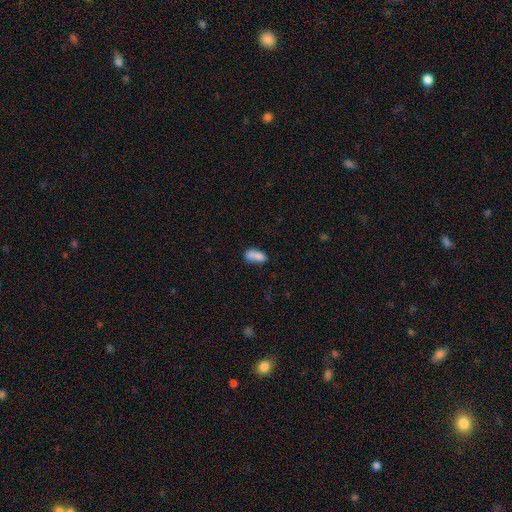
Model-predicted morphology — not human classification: This appears to be a smooth galaxy with no disk features (73%) that is in between round and cigar-shaped (83%). Merging: merger (54%).